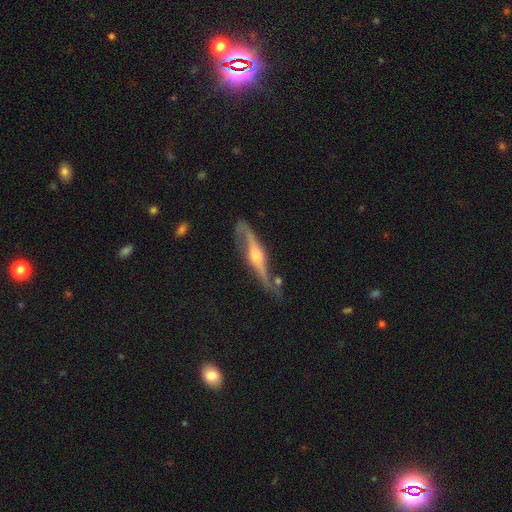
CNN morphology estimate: Smooth or featured: featured or disk — 82% (smooth — 12%)
Edge-on disk: yes — 74% (no — 26%)
Edge-on bulge: rounded — 89% (boxy — 6%)
Merging: none — 59% (minor disturbance — 23%)